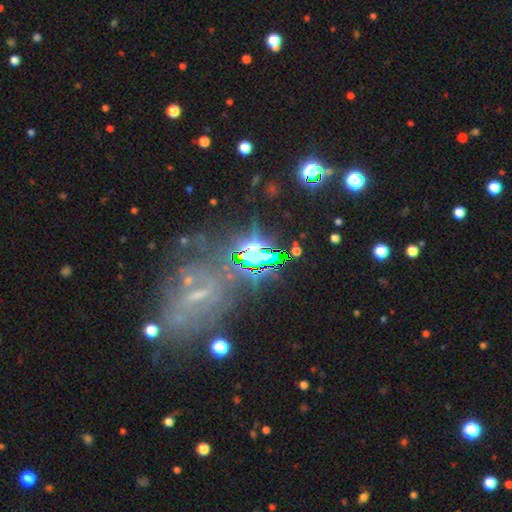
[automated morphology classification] A star or artifact, not a galaxy (73%).

Vote fractions:
- Smooth or featured? star or artifact: 73% / featured or disk: 15% / smooth: 12%